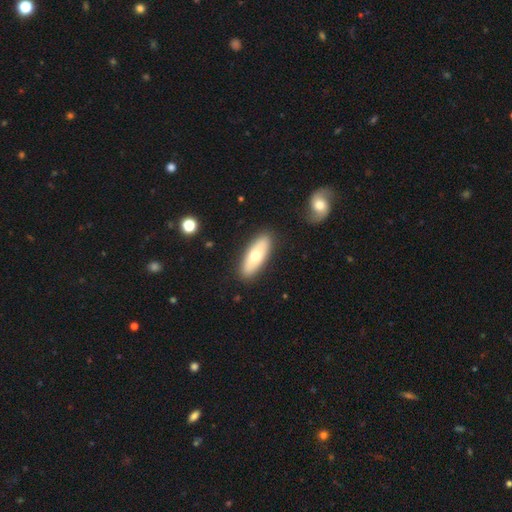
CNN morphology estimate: Smooth or featured?
  - smooth: 64% *
  - featured or disk: 30%
  - star or artifact: 6%
How rounded?
  - in between: 68% *
  - cigar-shaped: 29%
  - round: 3%
Merging?
  - none: 88% *
  - minor disturbance: 9%
  - major disturbance: 2%
  - merger: 1%